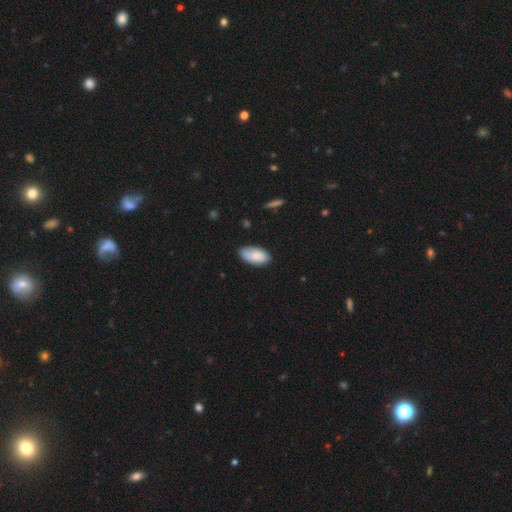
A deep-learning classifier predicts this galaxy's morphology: A smooth galaxy with no disk features (83%) that is in between round and cigar-shaped (94%).

Vote fractions:
- Smooth or featured? smooth: 83% / featured or disk: 10% / star or artifact: 6%
- How rounded? in between: 94% / cigar-shaped: 3% / round: 2%
- Merging? none: 71% / minor disturbance: 24% / major disturbance: 4% / merger: 2%